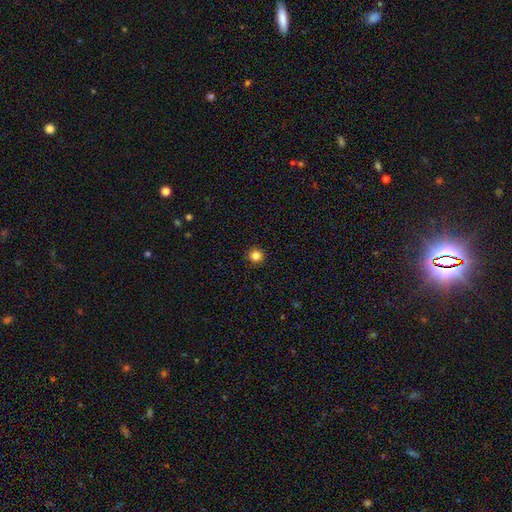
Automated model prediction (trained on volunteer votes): Overall: smooth (84%). How rounded: round (95%). Merging: none (93%).